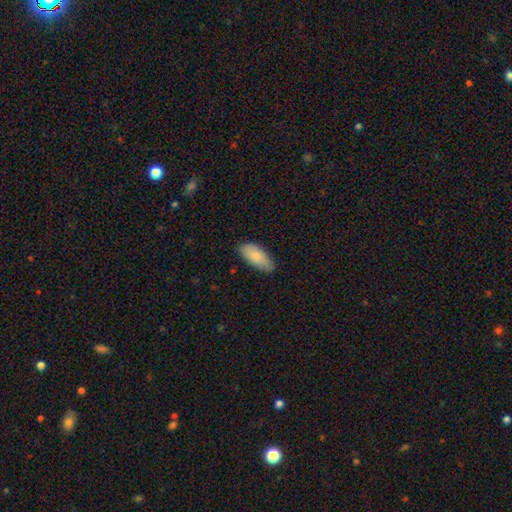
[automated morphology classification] Smooth or featured? Predicted: smooth (p=0.83). How rounded? Predicted: in between (p=0.87). Merging? Predicted: none (p=0.81).